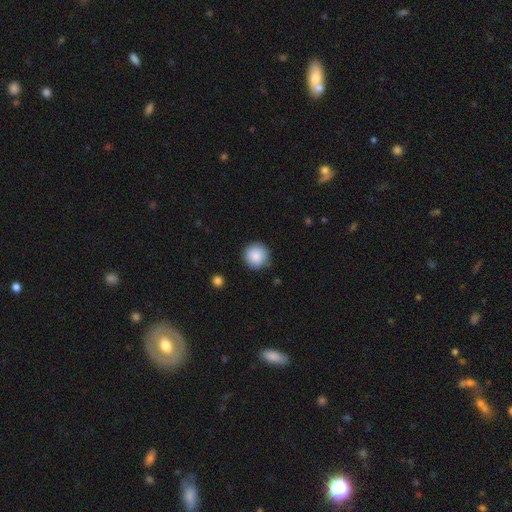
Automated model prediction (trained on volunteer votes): Smooth or featured: smooth — 88% (star or artifact — 8%)
How rounded: round — 95% (in between — 4%)
Merging: none — 89% (minor disturbance — 8%)